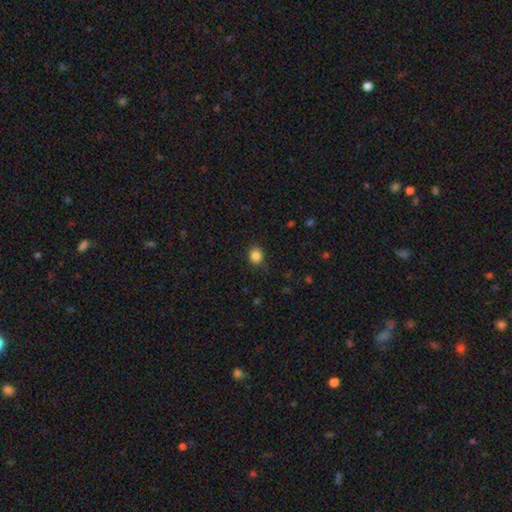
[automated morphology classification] Smooth or featured? Predicted: smooth (p=0.86). How rounded? Predicted: round (p=0.75). Merging? Predicted: none (p=0.86).